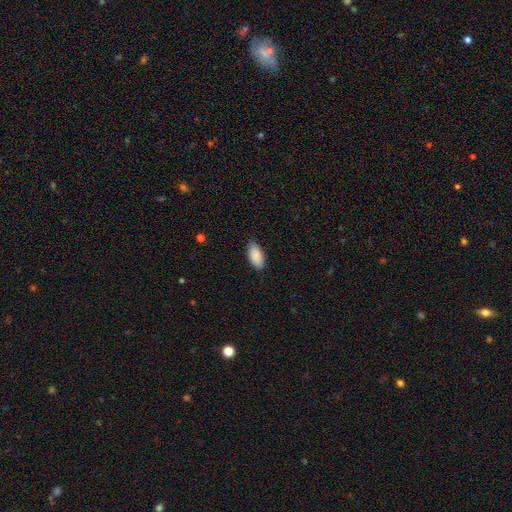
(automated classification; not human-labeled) smooth_or_featured: smooth (p=0.90) [alt: star or artifact p=0.06]
how_rounded: in between (p=0.93) [alt: cigar-shaped p=0.05]
merging: none (p=0.85) [alt: minor disturbance p=0.12]